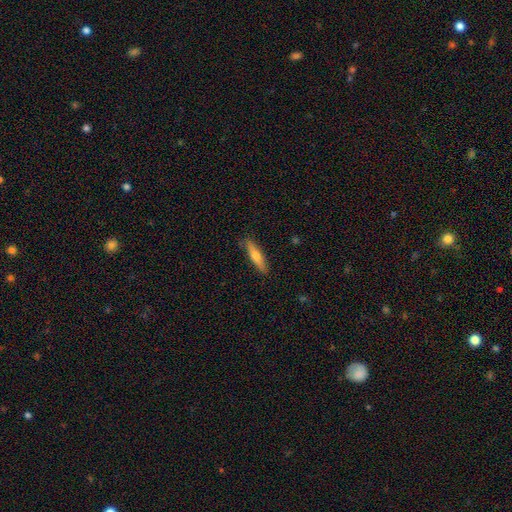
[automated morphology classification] This is likely a smooth galaxy (63%). How rounded: likely cigar-shaped (77%). Merging: clearly none (85%).